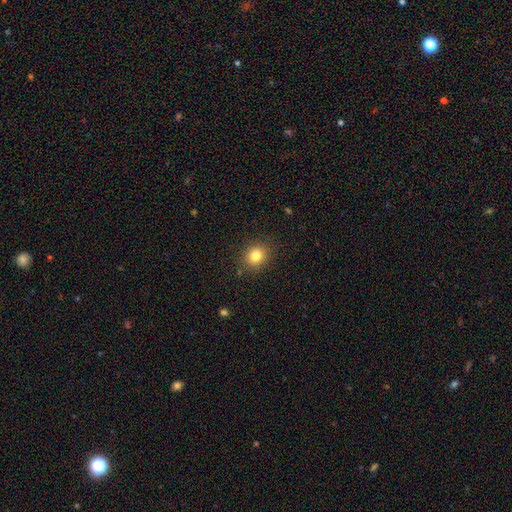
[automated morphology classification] This is clearly a smooth galaxy (81%). How rounded: likely round (68%). Merging: clearly none (88%).